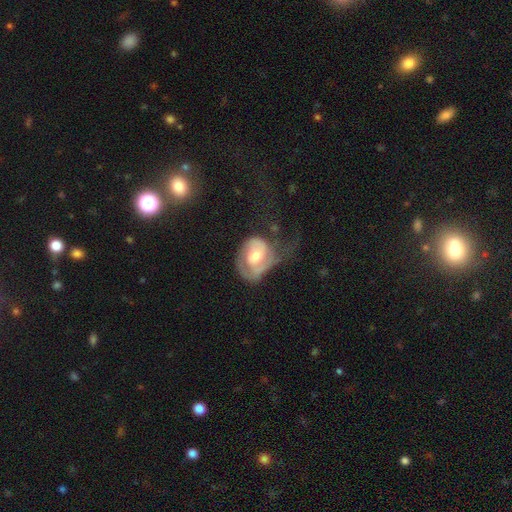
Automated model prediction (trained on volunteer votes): Smooth or featured? Predicted: featured or disk (p=0.70). Edge-on disk? Predicted: no (p=0.97). Bar? Predicted: no (p=0.61). Spiral arms? Predicted: yes (p=0.82). Spiral winding? Predicted: tight (p=0.45). Spiral arm count? Predicted: 2 (p=0.42). Bulge size? Predicted: moderate (p=0.65). Merging? Predicted: major disturbance (p=0.43).